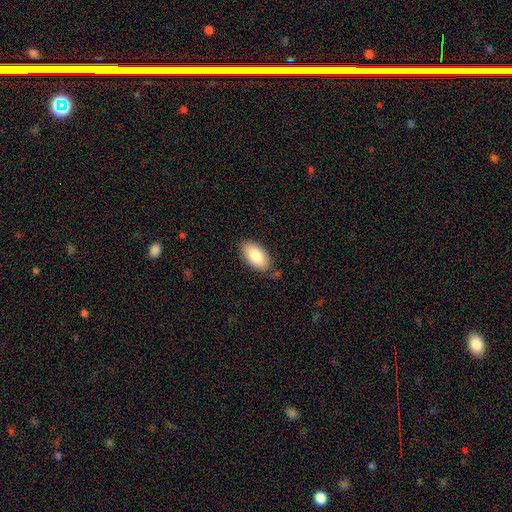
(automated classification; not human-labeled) smooth 84%, featured or disk 10%, star or artifact 6%. Down the decision tree: how rounded — in between (95%); merging — none (81%).